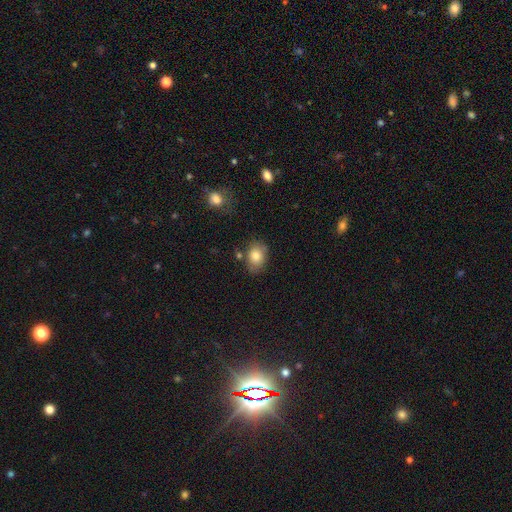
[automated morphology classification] Overall: smooth (82%). How rounded: in between (73%). Merging: none (69%).